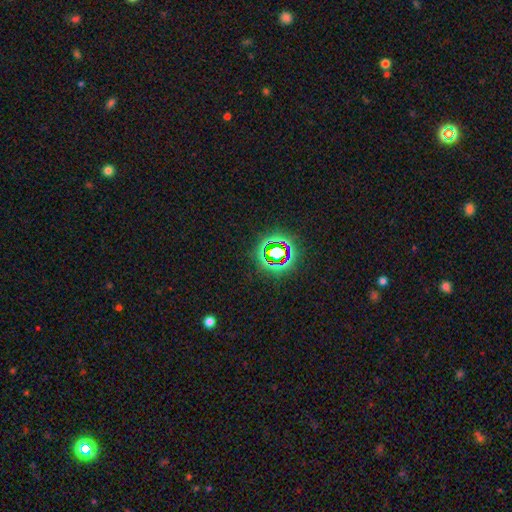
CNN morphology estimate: This appears to be a star or artifact, not a galaxy (60%).